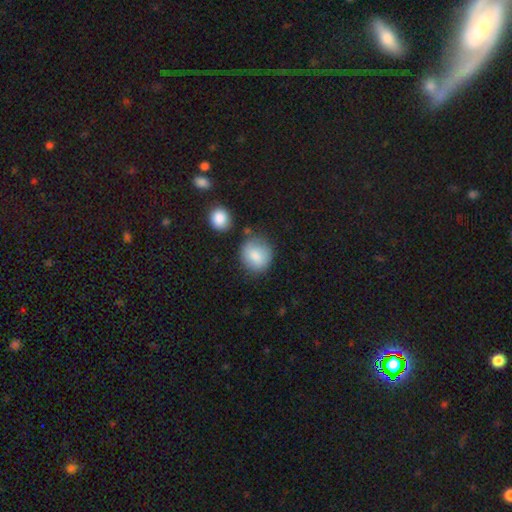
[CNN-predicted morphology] smooth 84%, featured or disk 9%, star or artifact 7%. Down the decision tree: how rounded — round (81%); merging — none (72%).